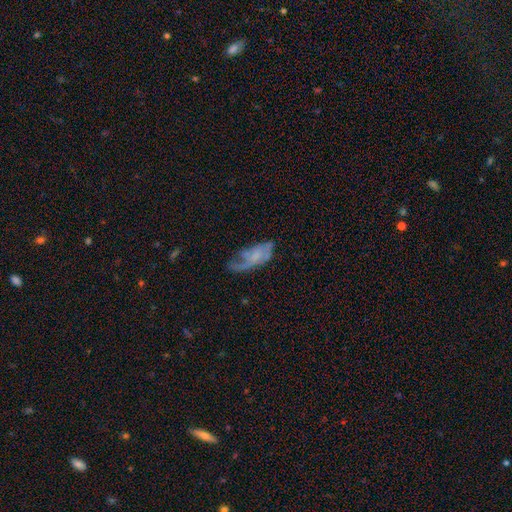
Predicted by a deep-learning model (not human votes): Smooth or featured? featured or disk (59%)
Edge-on disk? no (92%)
Bar? no (71%)
Spiral arms? yes (70%)
Bulge size? none (46%)
Merging? none (39%)